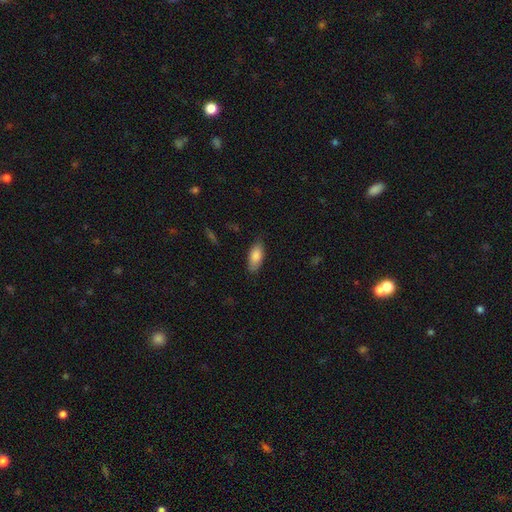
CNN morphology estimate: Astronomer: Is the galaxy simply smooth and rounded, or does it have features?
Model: smooth — 84%.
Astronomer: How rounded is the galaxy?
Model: in between — 87%.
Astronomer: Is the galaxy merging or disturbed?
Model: none — 80%.